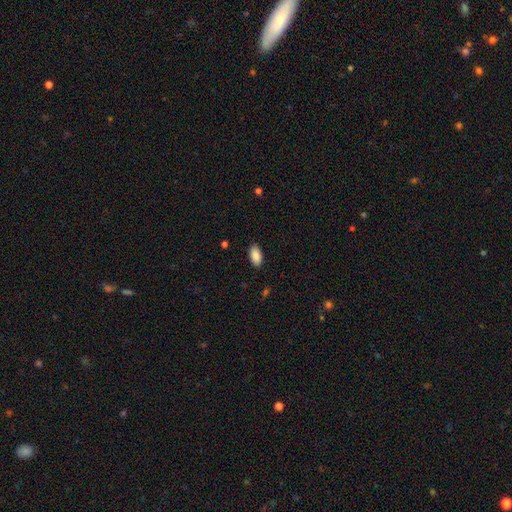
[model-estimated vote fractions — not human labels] smooth 90%, star or artifact 7%, featured or disk 4%. Down the decision tree: how rounded — in between (93%); merging — none (88%).